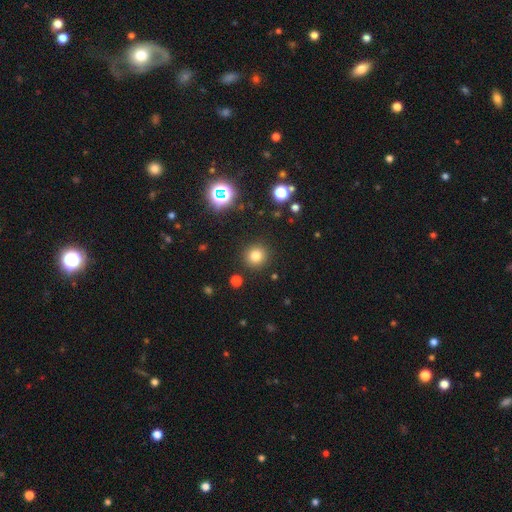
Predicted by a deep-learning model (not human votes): The model was most divided on "smooth or featured": smooth: 78%, star or artifact: 16%, featured or disk: 6%. More confident: how rounded — round (93%); merging — none (90%).